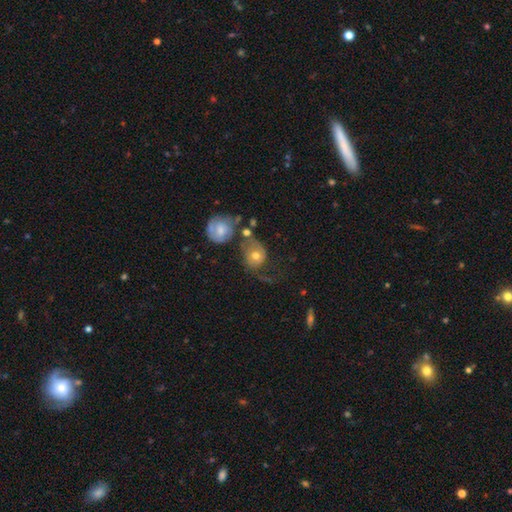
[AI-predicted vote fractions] A featured or disk galaxy (57%) with no bar (75%), spiral arms (80%) and a moderate central bulge (61%). Merging: none (37%).